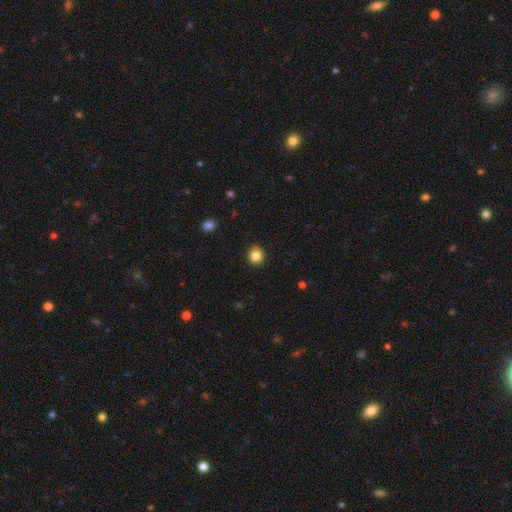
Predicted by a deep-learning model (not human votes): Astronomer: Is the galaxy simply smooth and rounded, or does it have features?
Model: smooth — 84%.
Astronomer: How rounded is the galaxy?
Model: round — 89%.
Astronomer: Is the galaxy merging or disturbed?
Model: none — 89%.